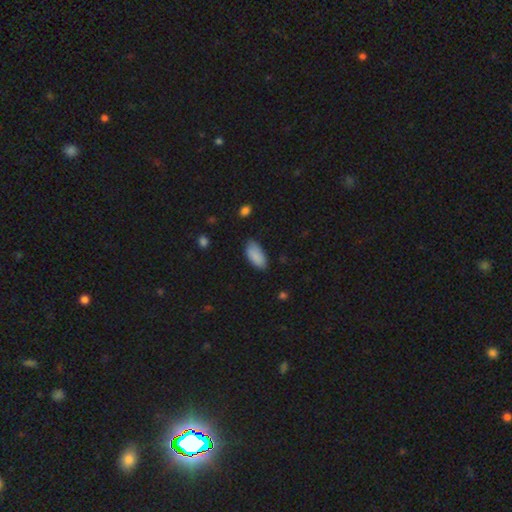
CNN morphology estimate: Smooth or featured? Predicted: smooth (p=0.87). How rounded? Predicted: in between (p=0.93). Merging? Predicted: none (p=0.76).